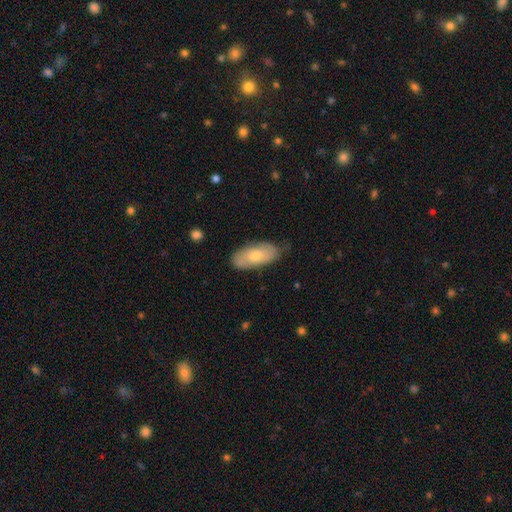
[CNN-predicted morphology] A smooth galaxy with no disk features (66%) that is in between round and cigar-shaped (89%).

Vote fractions:
- Smooth or featured? smooth: 66% / featured or disk: 29% / star or artifact: 6%
- How rounded? in between: 89% / cigar-shaped: 9% / round: 3%
- Merging? none: 72% / minor disturbance: 22% / major disturbance: 4% / merger: 1%